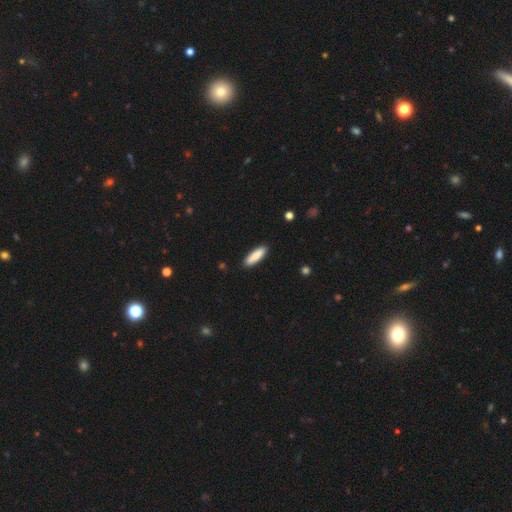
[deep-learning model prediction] A smooth galaxy with no disk features (88%) that is cigar-shaped (58%). Merging: none (89%).